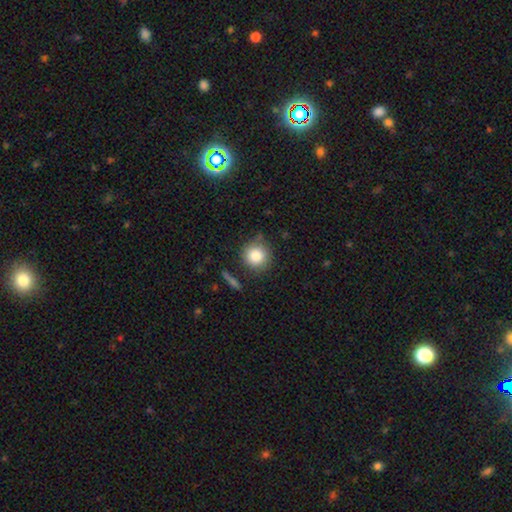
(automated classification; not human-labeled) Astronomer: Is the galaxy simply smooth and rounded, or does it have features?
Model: smooth — 84%.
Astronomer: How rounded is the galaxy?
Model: round — 93%.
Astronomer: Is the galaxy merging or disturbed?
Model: none — 80%.